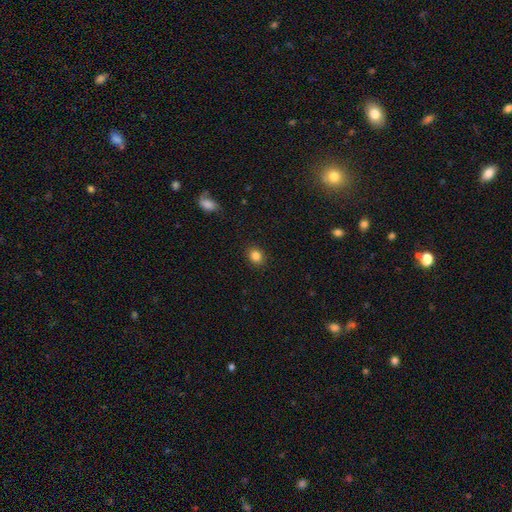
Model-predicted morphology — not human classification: smooth 84%, star or artifact 11%, featured or disk 5%. Down the decision tree: how rounded — round (62%); merging — none (89%).